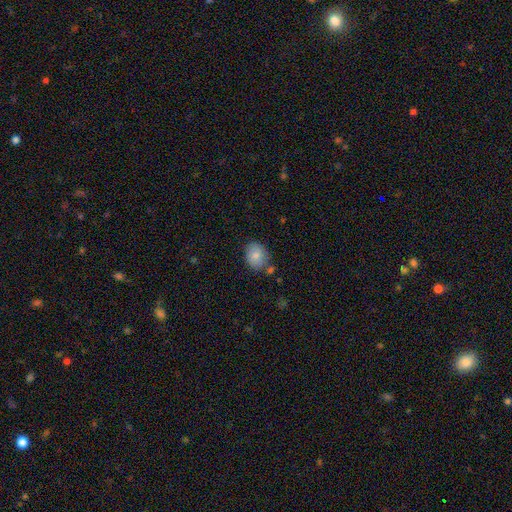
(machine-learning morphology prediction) A smooth galaxy with no disk features (81%) that is in between round and cigar-shaped (53%).

Vote fractions:
- Smooth or featured? smooth: 81% / featured or disk: 11% / star or artifact: 8%
- How rounded? in between: 53% / round: 46% / cigar-shaped: 1%
- Merging? none: 74% / minor disturbance: 16% / merger: 7% / major disturbance: 4%